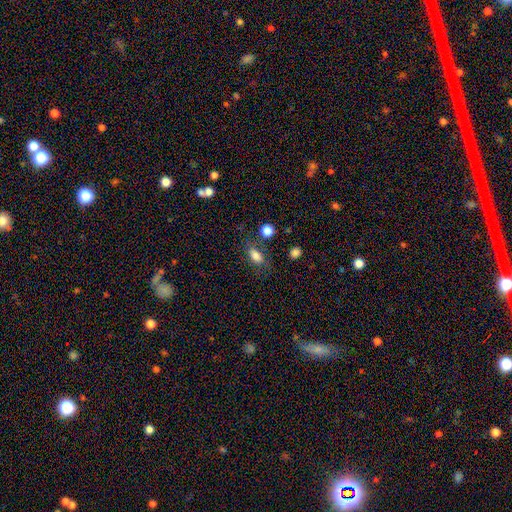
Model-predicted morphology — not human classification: type=smooth (80%); roundness=in between (83%); merging=none (69%).